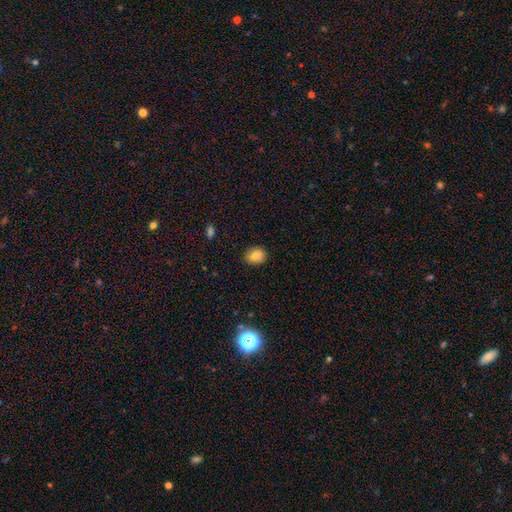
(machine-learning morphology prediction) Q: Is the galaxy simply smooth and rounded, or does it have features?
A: smooth — 83%.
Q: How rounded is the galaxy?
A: round — 54%.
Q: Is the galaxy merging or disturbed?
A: none — 87%.